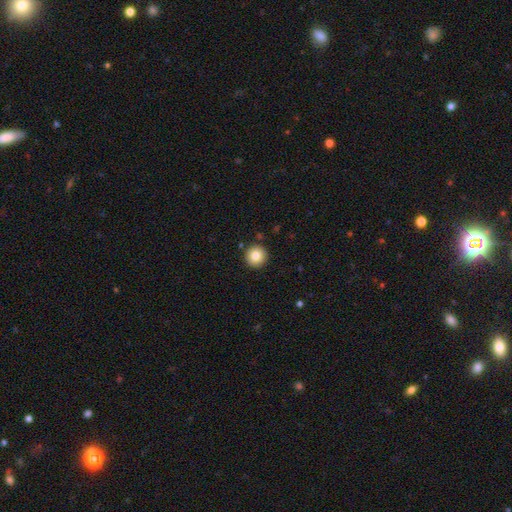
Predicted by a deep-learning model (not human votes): Smooth or featured?
  - smooth: 82% *
  - star or artifact: 9%
  - featured or disk: 9%
How rounded?
  - round: 96% *
  - in between: 3%
  - cigar-shaped: 1%
Merging?
  - none: 91% *
  - minor disturbance: 5%
  - major disturbance: 2%
  - merger: 2%